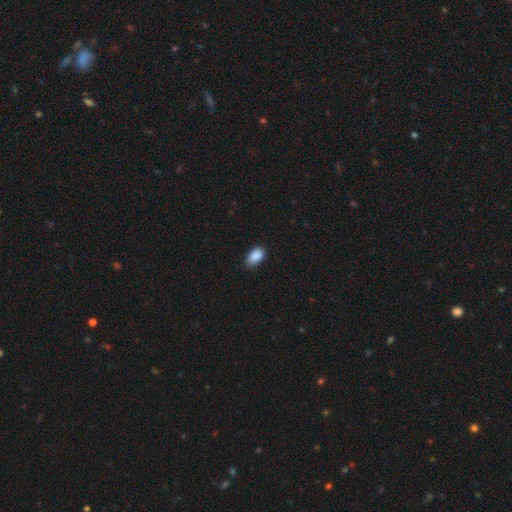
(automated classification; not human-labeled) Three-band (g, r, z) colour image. It shows a smooth galaxy with no disk features (89%) that is in between round and cigar-shaped (92%). Merging: none (77%).